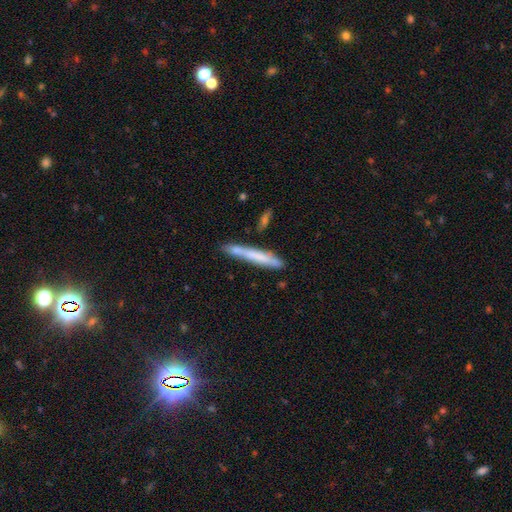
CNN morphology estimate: This appears to be a smooth galaxy with no disk features (58%) that is cigar-shaped (96%). Merging: none (72%).